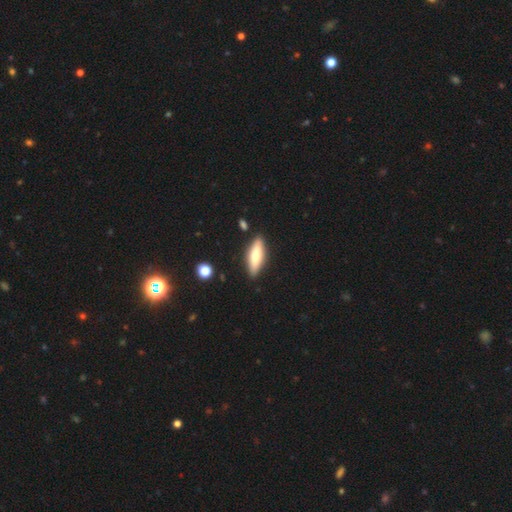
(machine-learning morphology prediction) smooth-or-featured: smooth: 68% | featured or disk: 27% | star or artifact: 6%
  how-rounded: cigar-shaped: 49% (tied) | in between: 49% (tied) | round: 2%
  merging: none: 86% | minor disturbance: 10% | merger: 2% | major disturbance: 2%